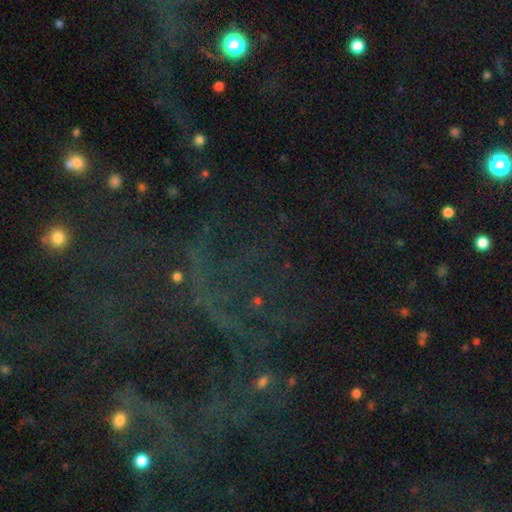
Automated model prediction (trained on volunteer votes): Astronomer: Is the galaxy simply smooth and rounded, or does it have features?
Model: star or artifact — 73%.